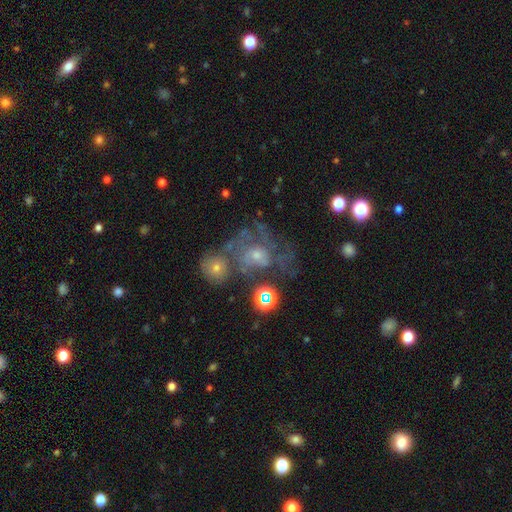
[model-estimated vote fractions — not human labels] A featured or disk galaxy (61%) with no bar (75%), spiral arms (67%) and a small central bulge (51%). Merging: none (38%).